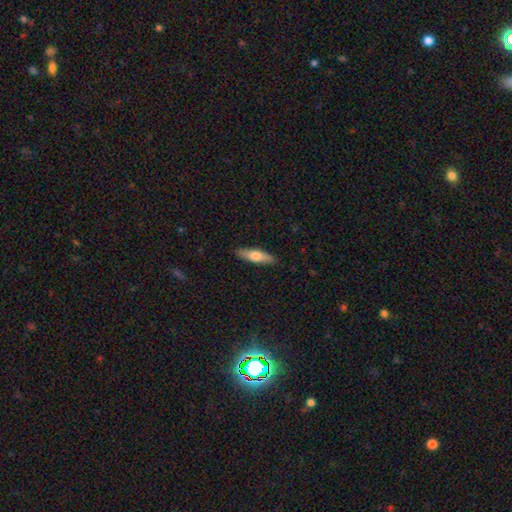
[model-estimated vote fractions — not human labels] Overall: smooth (62%; featured or disk 33%). How rounded: cigar-shaped (64%; in between 33%). Merging: none (89%).